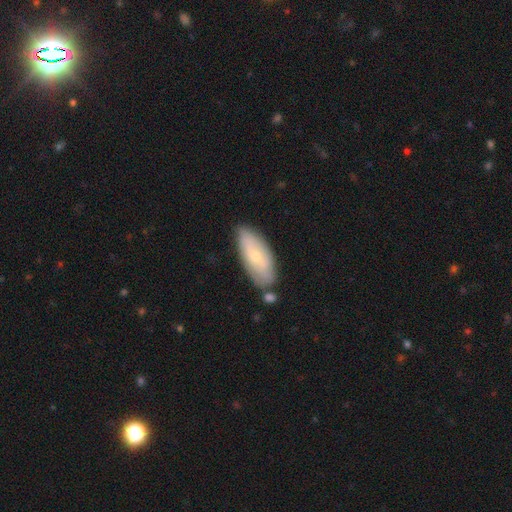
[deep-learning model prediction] This is possibly a smooth galaxy (52%). How rounded: clearly in between (81%). Merging: likely none (70%).